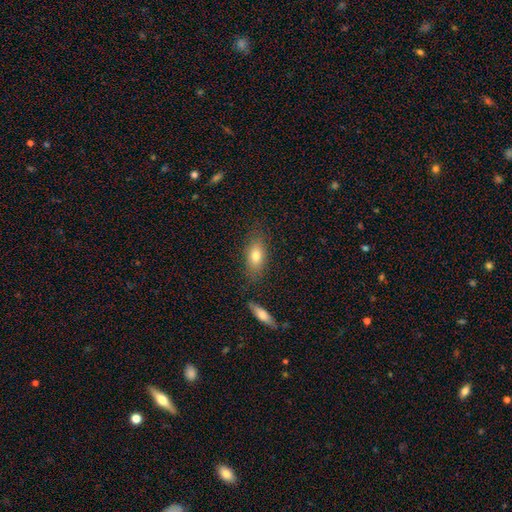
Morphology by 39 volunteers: Overall: smooth (77%). How rounded: in between (73%). Merging: none (81%).